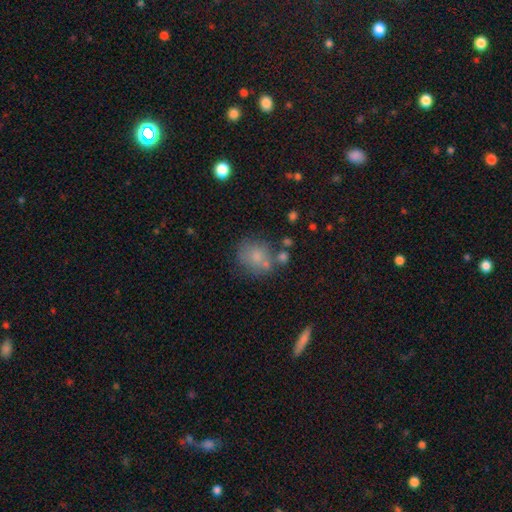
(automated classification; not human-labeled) A smooth galaxy with no disk features (70%) that is round (75%).

Vote fractions:
- Smooth or featured? smooth: 70% / featured or disk: 16% / star or artifact: 14%
- How rounded? round: 75% / in between: 24% / cigar-shaped: 2%
- Merging? none: 64% / minor disturbance: 17% / merger: 13% / major disturbance: 7%